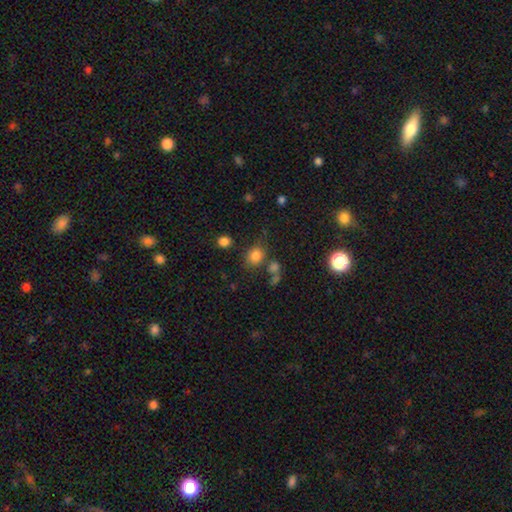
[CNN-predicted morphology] Smooth or featured? smooth (80%)
How rounded? round (64%)
Merging? none (69%)